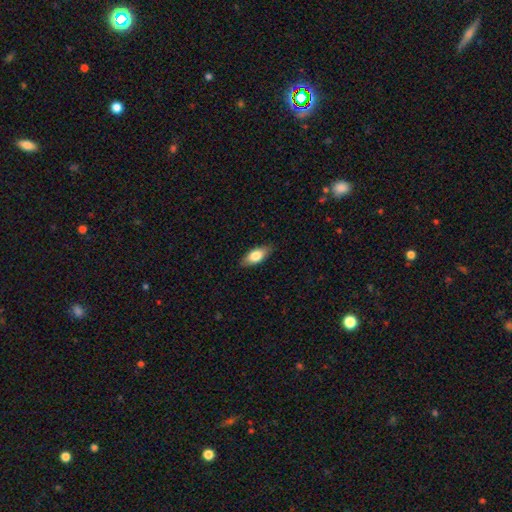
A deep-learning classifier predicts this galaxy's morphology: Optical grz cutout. It shows a smooth galaxy with no disk features (75%) that is in between round and cigar-shaped (83%). Merging: none (85%).